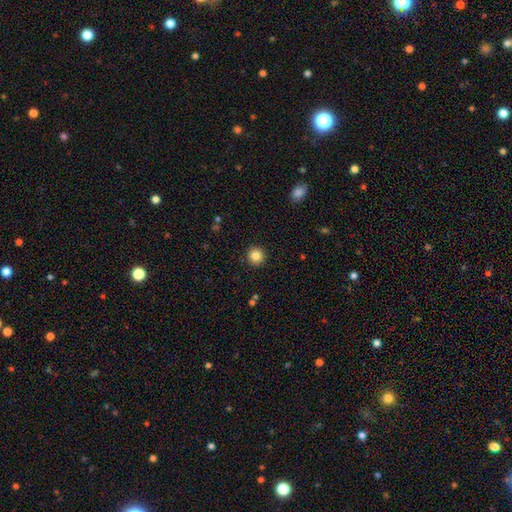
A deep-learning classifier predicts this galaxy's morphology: A smooth galaxy with no disk features (85%) that is round (93%).

Vote fractions:
- Smooth or featured? smooth: 85% / star or artifact: 10% / featured or disk: 5%
- How rounded? round: 93% / in between: 6% / cigar-shaped: 1%
- Merging? none: 92% / minor disturbance: 5% / major disturbance: 2% / merger: 1%